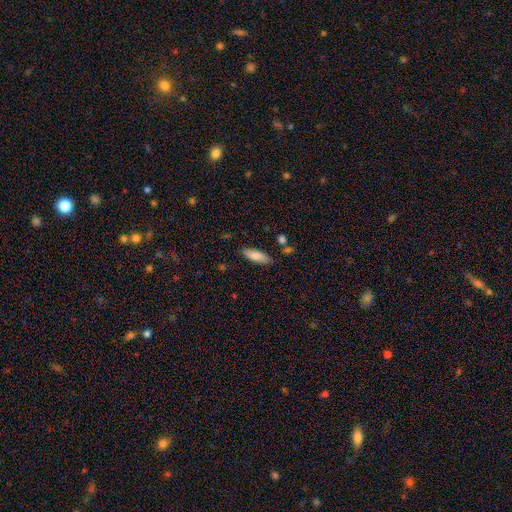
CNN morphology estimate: This appears to be a smooth galaxy with no disk features (82%) that is in between round and cigar-shaped (65%). Merging: none (83%).